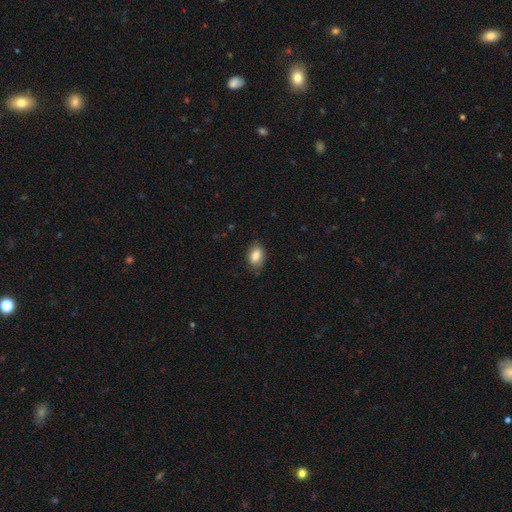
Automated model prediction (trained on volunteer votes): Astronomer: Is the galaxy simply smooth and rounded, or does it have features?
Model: smooth — 85%.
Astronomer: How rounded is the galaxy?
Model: in between — 86%.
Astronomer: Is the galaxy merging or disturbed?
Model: none — 81%.